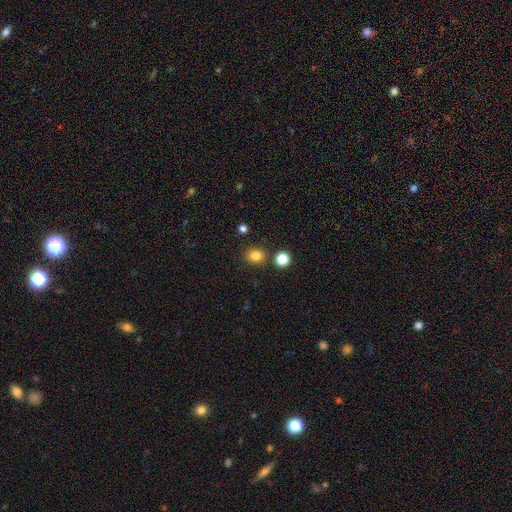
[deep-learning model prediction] A smooth galaxy with no disk features (82%) that is round (81%).

Vote fractions:
- Smooth or featured? smooth: 82% / star or artifact: 13% / featured or disk: 5%
- How rounded? round: 81% / in between: 18% / cigar-shaped: 1%
- Merging? none: 84% / minor disturbance: 7% / merger: 6% / major disturbance: 2%